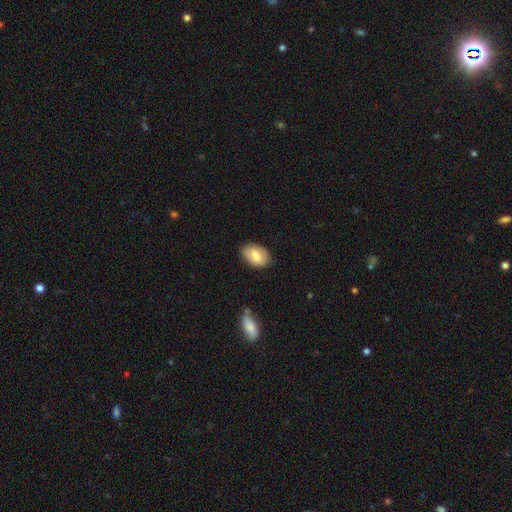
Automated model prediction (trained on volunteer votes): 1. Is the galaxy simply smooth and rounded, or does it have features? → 77% smooth, 17% featured or disk, 7% star or artifact.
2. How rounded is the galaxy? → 87% in between, 12% round, 1% cigar-shaped.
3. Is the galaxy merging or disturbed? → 83% none, 13% minor disturbance, 2% major disturbance, 1% merger.